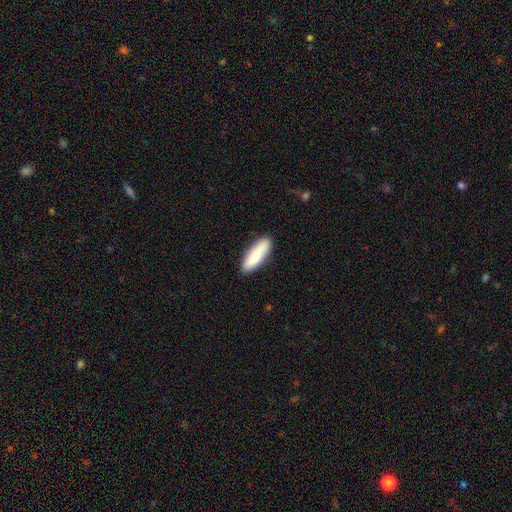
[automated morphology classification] Smooth or featured? Predicted: smooth (p=0.82). How rounded? Predicted: in between (p=0.53). Merging? Predicted: none (p=0.87).